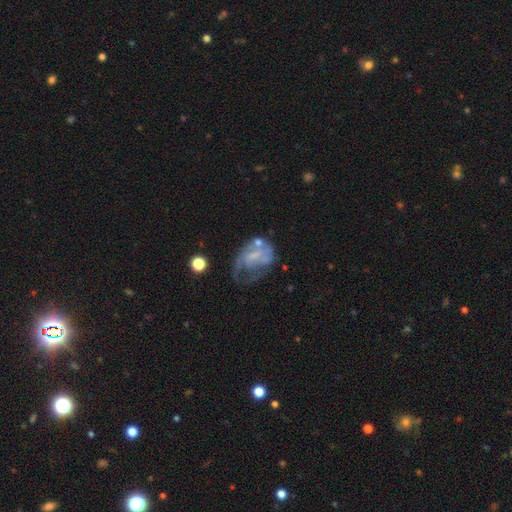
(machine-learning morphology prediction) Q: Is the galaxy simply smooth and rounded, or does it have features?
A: featured or disk — 66%.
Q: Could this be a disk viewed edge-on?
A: no — 97%.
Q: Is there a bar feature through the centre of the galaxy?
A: no — 57%.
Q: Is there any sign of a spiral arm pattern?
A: yes — 59%.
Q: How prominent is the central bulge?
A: none — 46%.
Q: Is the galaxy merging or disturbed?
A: major disturbance — 42%.